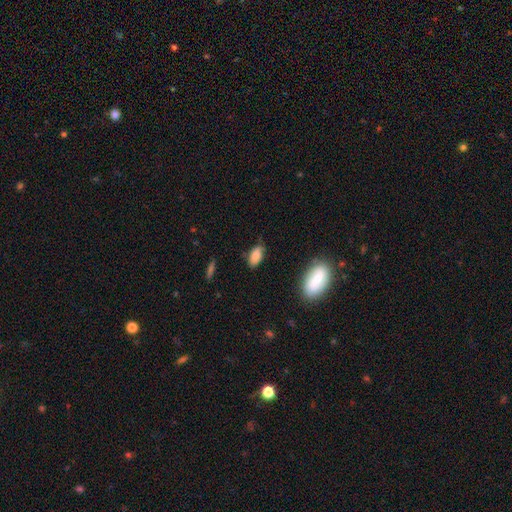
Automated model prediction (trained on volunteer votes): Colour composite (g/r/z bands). It shows a smooth galaxy with no disk features (82%) that is in between round and cigar-shaped (91%). Merging: none (73%).